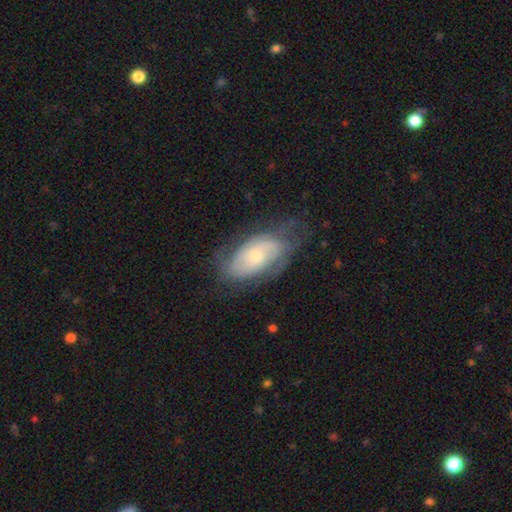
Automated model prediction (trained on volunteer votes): This is likely a featured or disk galaxy (61%). It is clearly not viewed edge-on (93%). Bar: likely no (70%). Spiral arm pattern: likely yes (78%). Central bulge: possibly small (55%). Merging: possibly none (56%).